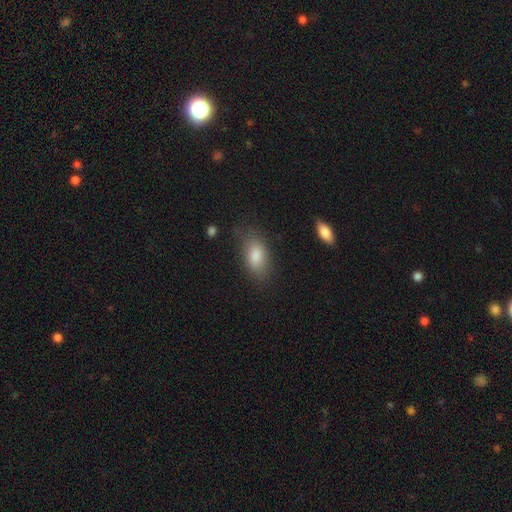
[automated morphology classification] This is clearly a smooth galaxy (83%). How rounded: clearly in between (89%). Merging: likely none (76%).